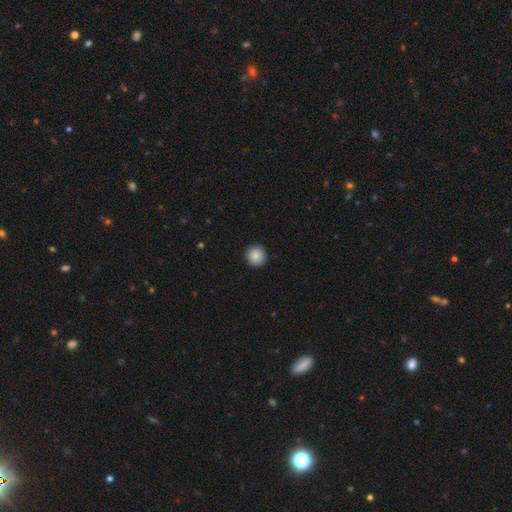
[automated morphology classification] Overall: smooth (87%). How rounded: round (95%). Merging: none (93%).